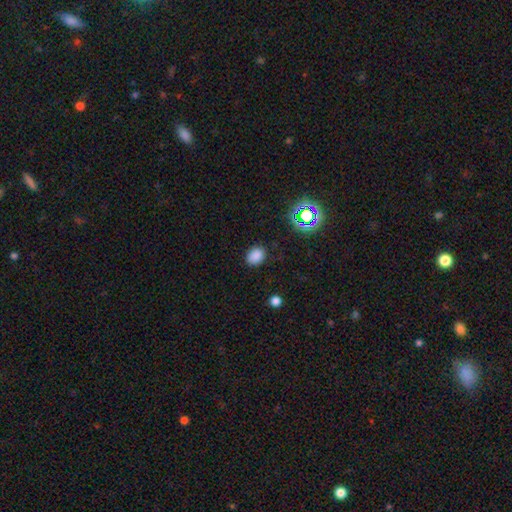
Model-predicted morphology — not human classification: Smooth or featured? Predicted: smooth (p=0.81). How rounded? Predicted: in between (p=0.61). Merging? Predicted: none (p=0.85).